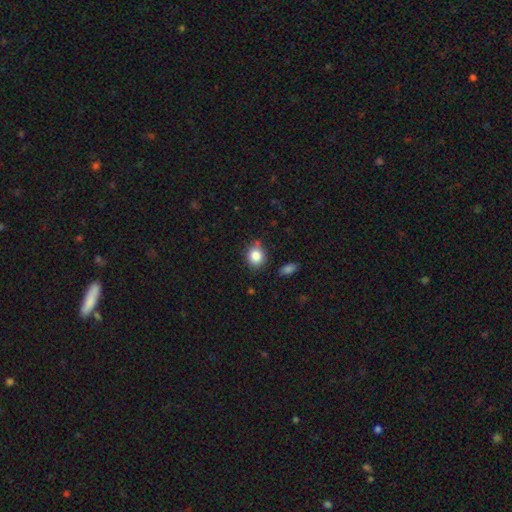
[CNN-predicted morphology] Smooth or featured: smooth — 84% (star or artifact — 10%)
How rounded: round — 64% (in between — 35%)
Merging: none — 76% (minor disturbance — 16%)